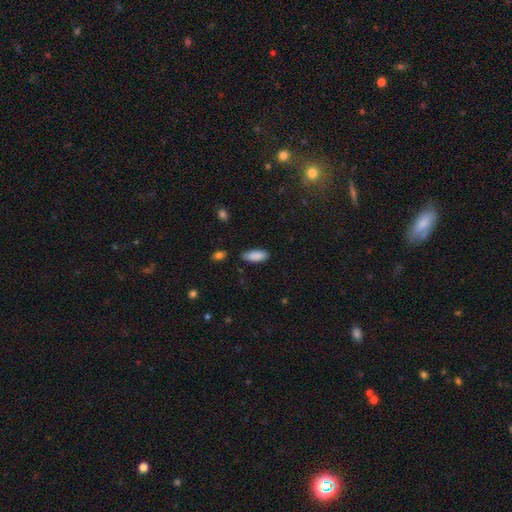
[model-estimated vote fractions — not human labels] The model was most divided on "merging": none: 81%, minor disturbance: 15%, major disturbance: 3%, merger: 2%. More confident: smooth or featured — smooth (88%); how rounded — in between (84%).